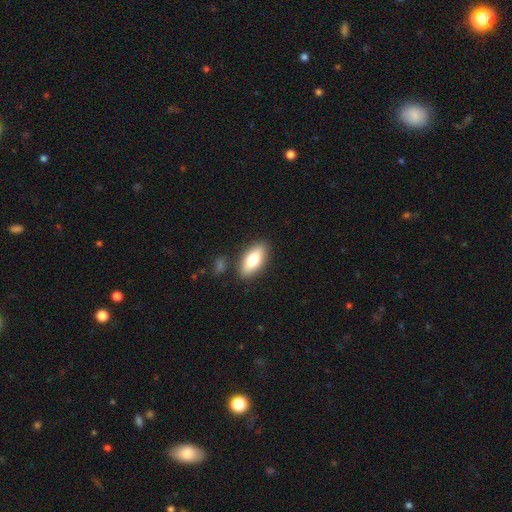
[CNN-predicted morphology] The model was most divided on "smooth or featured": smooth: 75%, featured or disk: 19%, star or artifact: 6%. More confident: merging — none (85%); how rounded — in between (83%).